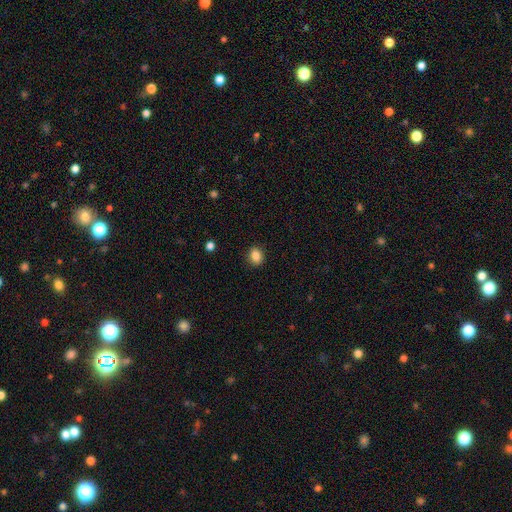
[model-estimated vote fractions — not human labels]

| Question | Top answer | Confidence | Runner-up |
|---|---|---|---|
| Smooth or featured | smooth | 86% | star or artifact (10%) |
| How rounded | round | 50% | in between (49%) |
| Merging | none | 90% | minor disturbance (7%) |